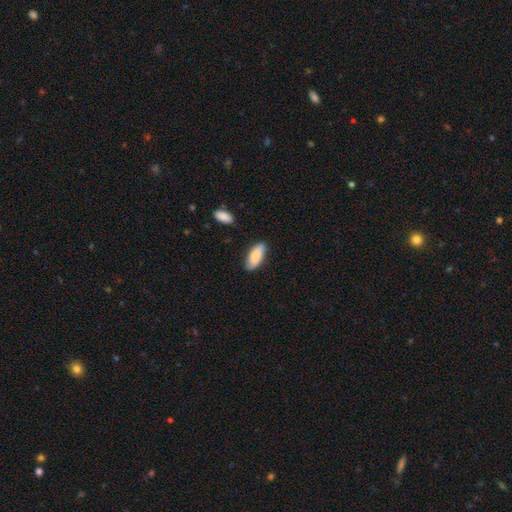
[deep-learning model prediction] smooth_or_featured: smooth (p=0.85) [alt: featured or disk p=0.10]
how_rounded: in between (p=0.86) [alt: cigar-shaped p=0.13]
merging: none (p=0.83) [alt: minor disturbance p=0.13]